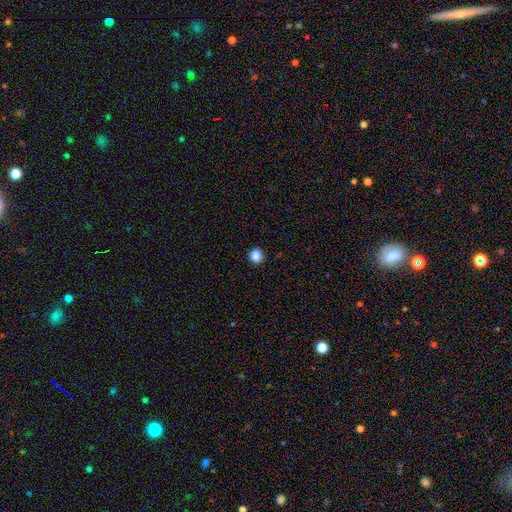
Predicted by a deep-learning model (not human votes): Q: Smooth or featured?
A: smooth (87%); runner-up: star or artifact (11%)
Q: How rounded?
A: round (92%); runner-up: in between (7%)
Q: Merging?
A: none (92%); runner-up: minor disturbance (6%)